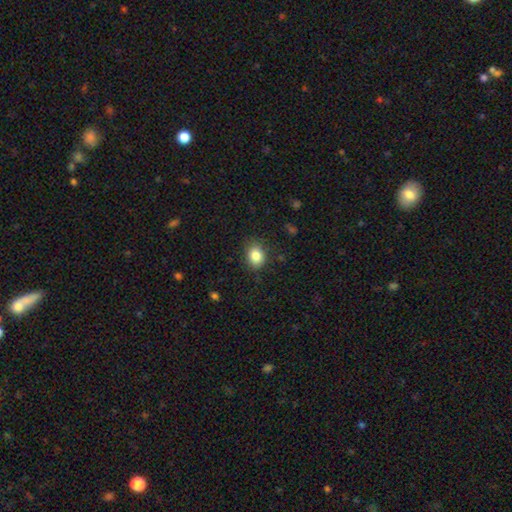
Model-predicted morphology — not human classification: Smooth or featured? Predicted: smooth (p=0.84). How rounded? Predicted: in between (p=0.54). Merging? Predicted: none (p=0.80).